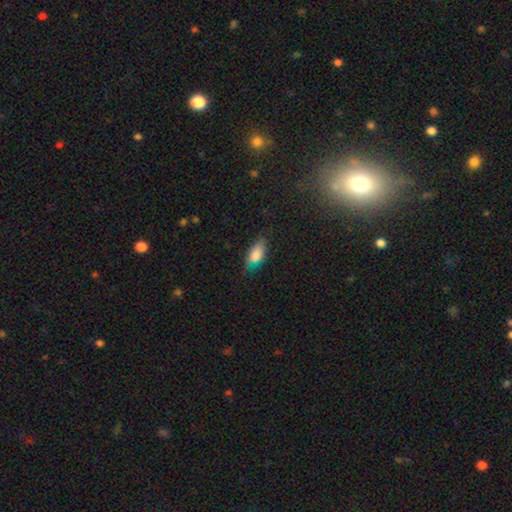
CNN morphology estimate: A smooth galaxy with no disk features (79%) that is in between round and cigar-shaped (83%).

Vote fractions:
- Smooth or featured? smooth: 79% / featured or disk: 12% / star or artifact: 10%
- How rounded? in between: 83% / cigar-shaped: 13% / round: 4%
- Merging? none: 65% / minor disturbance: 26% / major disturbance: 7% / merger: 2%